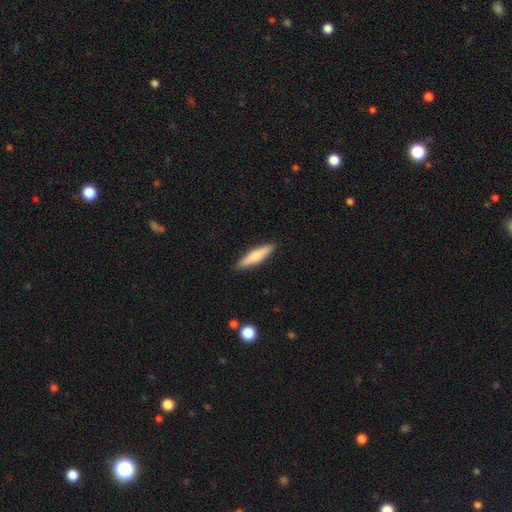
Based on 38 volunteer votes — Volunteers were most divided on "smooth or featured": smooth: 68%, featured or disk: 26%, star or artifact: 5%. More confident: merging — none (89%); how rounded — cigar-shaped (81%).